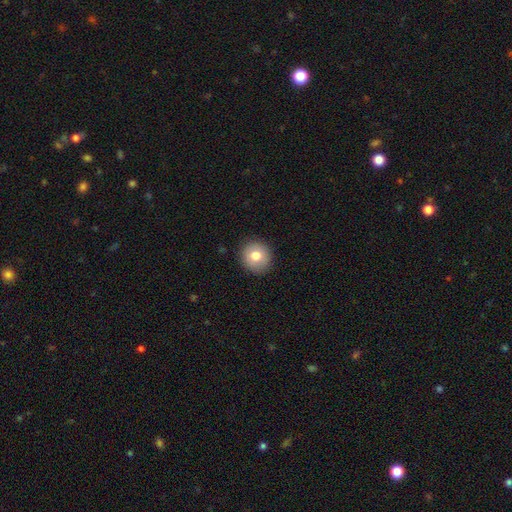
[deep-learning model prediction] A smooth galaxy with no disk features (78%) that is round (91%). Merging: none (90%).